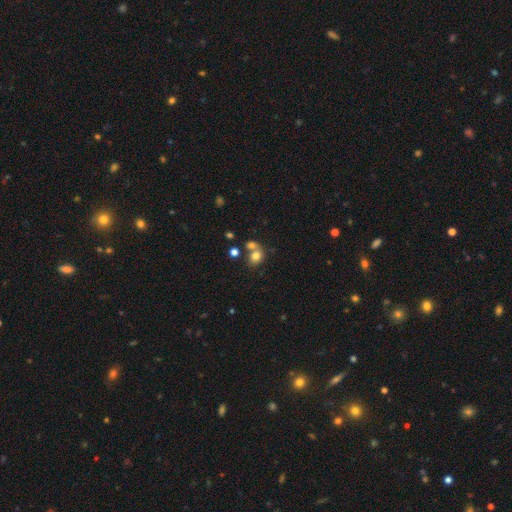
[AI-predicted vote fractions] Q: Smooth or featured?
A: smooth (76%); runner-up: star or artifact (13%)
Q: How rounded?
A: round (65%); runner-up: in between (34%)
Q: Merging?
A: none (45%); runner-up: merger (41%)